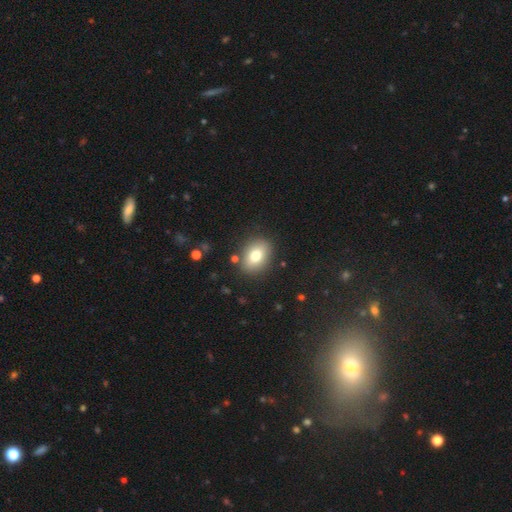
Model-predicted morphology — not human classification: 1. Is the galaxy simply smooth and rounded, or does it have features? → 77% smooth, 14% featured or disk, 10% star or artifact.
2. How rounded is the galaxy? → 72% in between, 27% round, 1% cigar-shaped.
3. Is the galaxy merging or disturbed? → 84% none, 10% minor disturbance, 3% major disturbance, 3% merger.